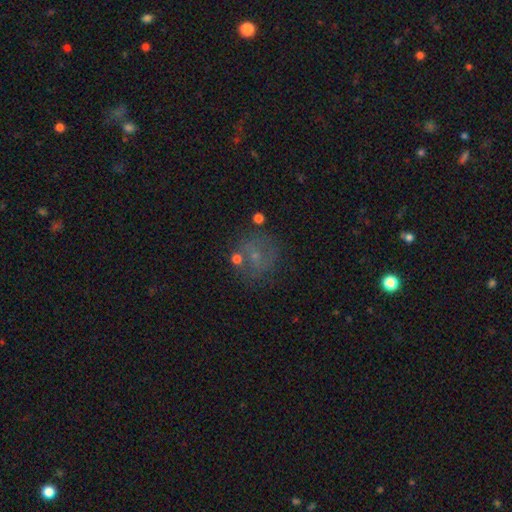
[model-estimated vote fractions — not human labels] Q: Smooth or featured?
A: smooth (47%); runner-up: featured or disk (27%)
Q: Merging?
A: none (68%); runner-up: minor disturbance (15%)